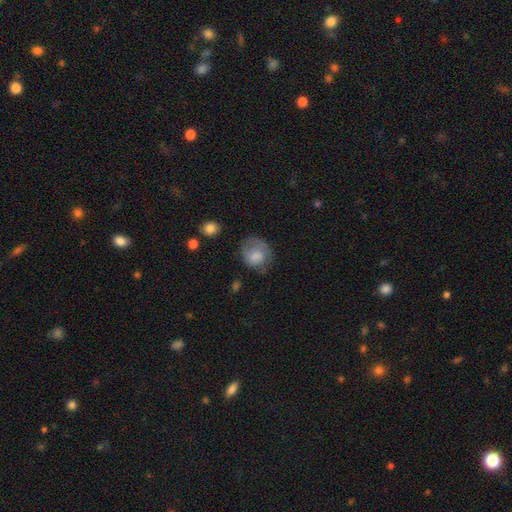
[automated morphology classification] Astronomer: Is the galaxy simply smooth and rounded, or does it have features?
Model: smooth — 73%.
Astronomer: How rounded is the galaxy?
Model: round — 67%.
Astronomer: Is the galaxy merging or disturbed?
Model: none — 50% (runner-up: minor disturbance, 29%).